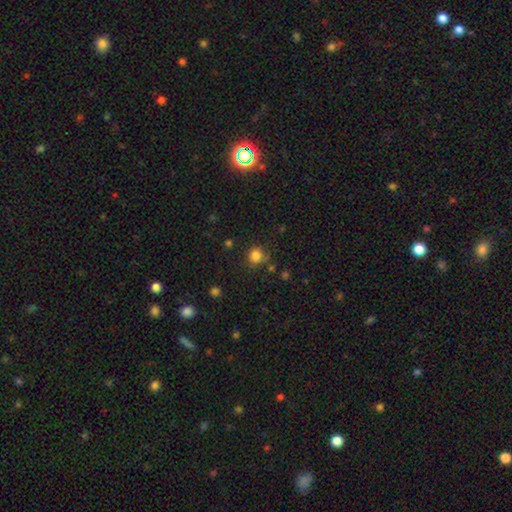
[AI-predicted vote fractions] This appears to be a smooth galaxy with no disk features (82%) that is round (84%). Merging: none (74%).